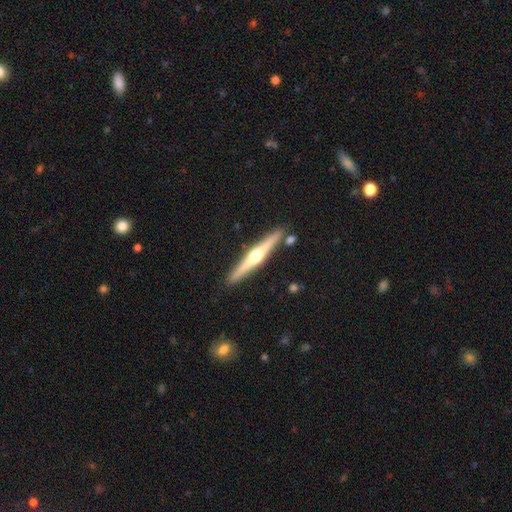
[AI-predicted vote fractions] Smooth or featured? featured or disk (74%)
Edge-on disk? yes (98%)
Edge-on bulge? rounded (94%)
Merging? none (87%)